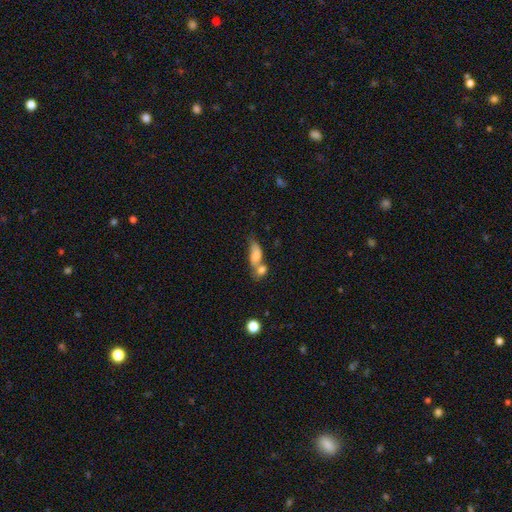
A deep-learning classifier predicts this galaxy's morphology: smooth_or_featured: smooth (p=0.66) [alt: featured or disk p=0.24]
how_rounded: in between (p=0.71) [alt: cigar-shaped p=0.18]
merging: merger (p=0.59) [alt: none p=0.22]